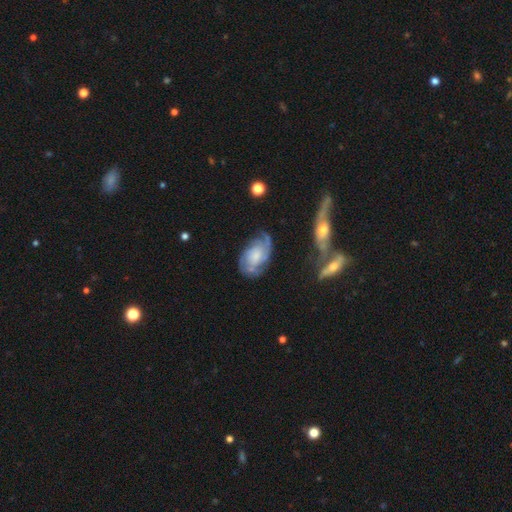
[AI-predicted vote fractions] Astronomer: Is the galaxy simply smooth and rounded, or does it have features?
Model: featured or disk — 76%.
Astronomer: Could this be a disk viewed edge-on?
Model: no — 97%.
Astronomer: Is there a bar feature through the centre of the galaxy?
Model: no — 70%.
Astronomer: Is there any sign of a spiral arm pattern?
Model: yes — 92%.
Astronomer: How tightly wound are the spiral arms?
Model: tight — 46% (runner-up: medium, 38%).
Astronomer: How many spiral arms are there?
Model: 2 — 37% (runner-up: can't tell, 30%).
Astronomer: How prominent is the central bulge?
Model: small — 34% (runner-up: moderate, 29%).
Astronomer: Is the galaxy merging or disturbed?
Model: none — 57%.